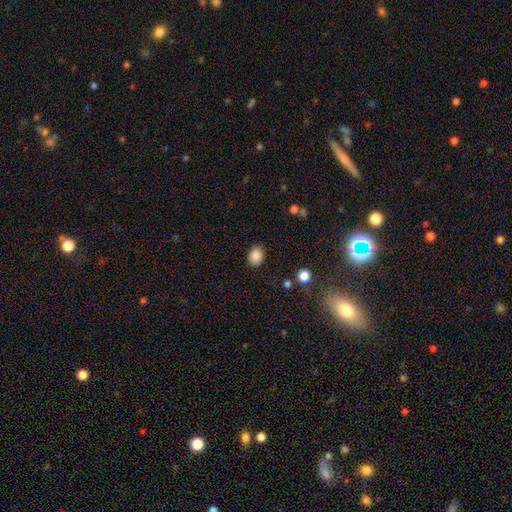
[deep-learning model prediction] Smooth or featured: smooth — 88% (star or artifact — 9%)
How rounded: in between — 61% (round — 38%)
Merging: none — 86% (minor disturbance — 10%)